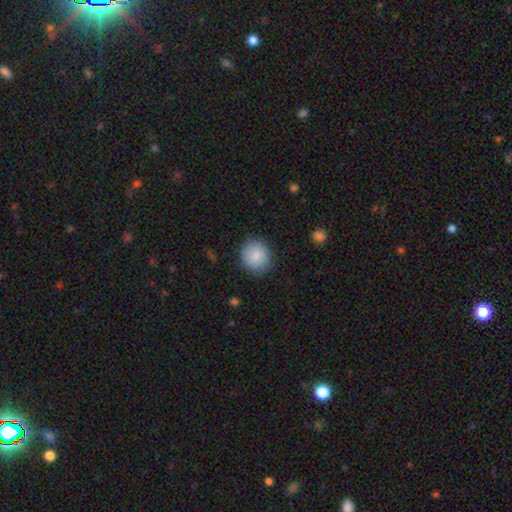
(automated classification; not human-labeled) smooth_or_featured: smooth (p=0.86) [alt: star or artifact p=0.07]
how_rounded: round (p=0.81) [alt: in between p=0.18]
merging: none (p=0.85) [alt: minor disturbance p=0.11]